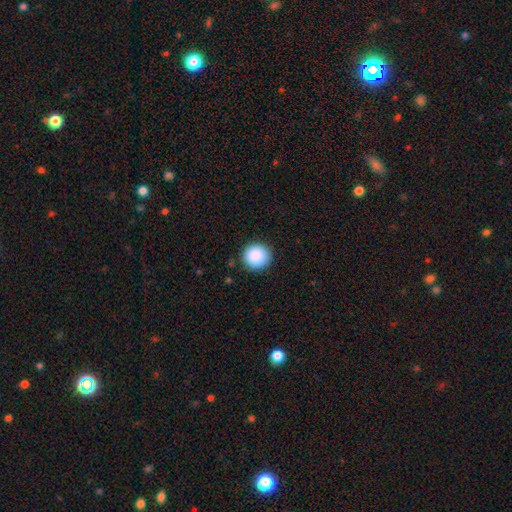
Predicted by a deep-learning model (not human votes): Smooth or featured?
  - smooth: 88% *
  - star or artifact: 8%
  - featured or disk: 4%
How rounded?
  - round: 95% *
  - in between: 4%
  - cigar-shaped: 1%
Merging?
  - none: 90% *
  - minor disturbance: 7%
  - major disturbance: 2%
  - merger: 1%